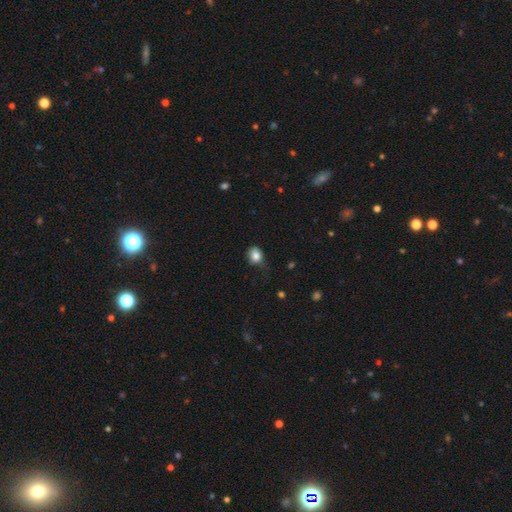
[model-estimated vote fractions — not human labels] Morphology: type=smooth (82%); roundness=round (58%); merging=none (56%).